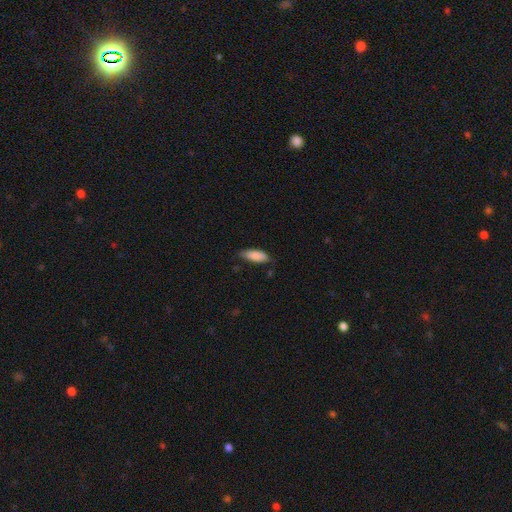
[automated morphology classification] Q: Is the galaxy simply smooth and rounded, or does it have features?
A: smooth — 87%.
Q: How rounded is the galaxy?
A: in between — 74%.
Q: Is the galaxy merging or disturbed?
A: none — 75%.